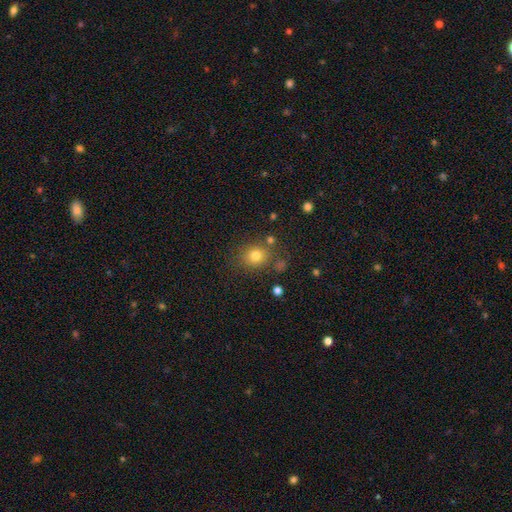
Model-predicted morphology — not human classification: A smooth galaxy with no disk features (78%) that is round (76%). Merging: none (77%).